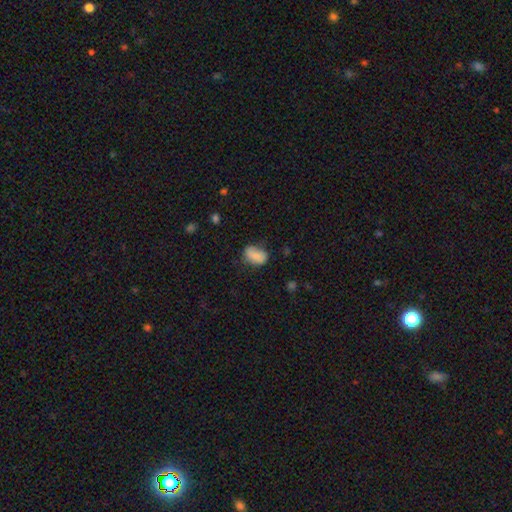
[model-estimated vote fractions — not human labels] A smooth galaxy with no disk features (81%) that is in between round and cigar-shaped (84%). Merging: none (61%).